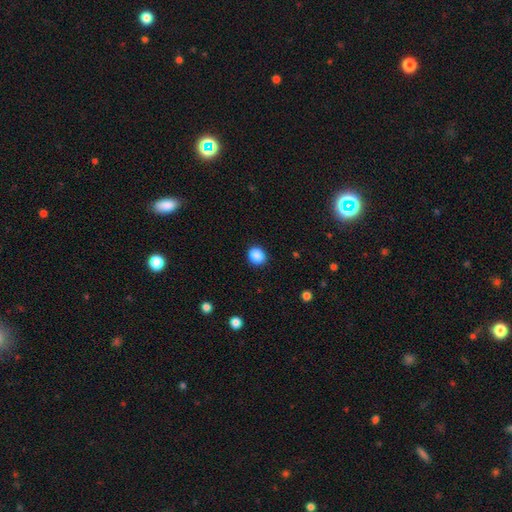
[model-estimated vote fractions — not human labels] Overall: smooth (88%). How rounded: round (78%). Merging: none (90%).